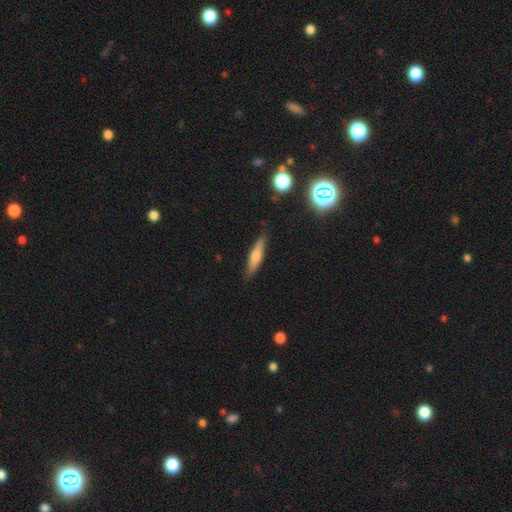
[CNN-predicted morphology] smooth_or_featured: smooth (p=0.50) [alt: featured or disk p=0.42]
merging: none (p=0.86) [alt: minor disturbance p=0.11]